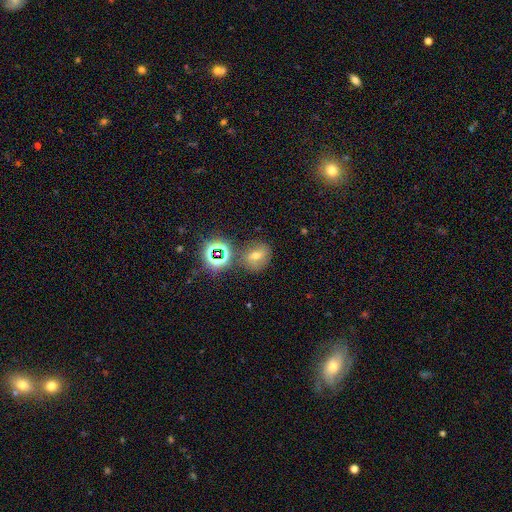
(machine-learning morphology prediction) Smooth or featured? star or artifact (39%)